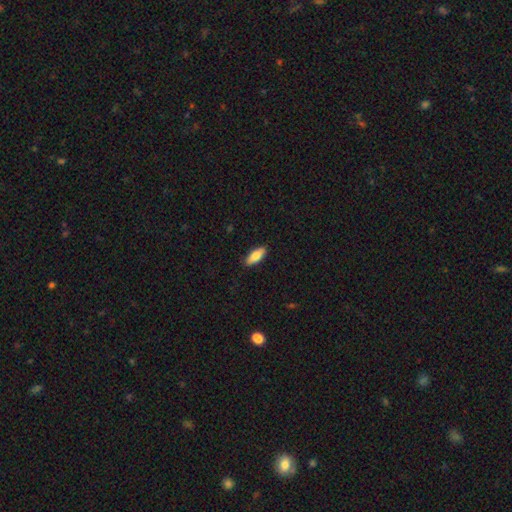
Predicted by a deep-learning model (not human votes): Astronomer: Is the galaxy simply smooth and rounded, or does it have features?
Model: smooth — 79%.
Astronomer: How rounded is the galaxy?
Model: in between — 73%.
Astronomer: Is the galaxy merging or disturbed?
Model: none — 89%.